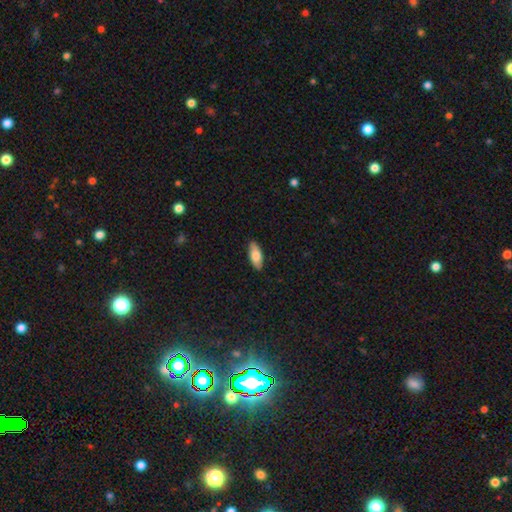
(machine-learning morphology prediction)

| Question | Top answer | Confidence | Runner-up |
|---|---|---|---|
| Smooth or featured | smooth | 78% | featured or disk (16%) |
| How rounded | in between | 83% | cigar-shaped (15%) |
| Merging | none | 87% | minor disturbance (10%) |